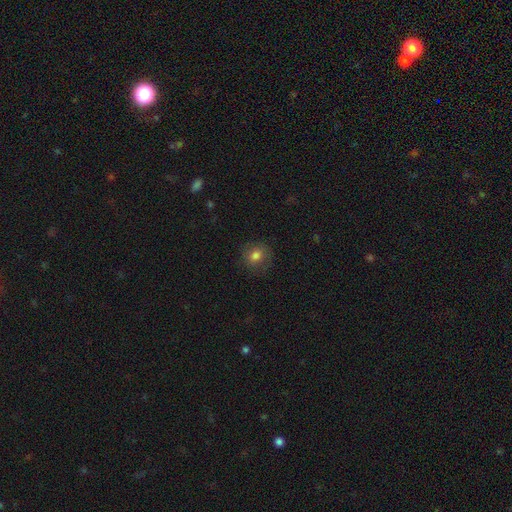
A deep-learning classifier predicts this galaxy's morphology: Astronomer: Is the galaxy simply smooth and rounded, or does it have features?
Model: smooth — 78%.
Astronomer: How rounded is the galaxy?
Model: round — 82%.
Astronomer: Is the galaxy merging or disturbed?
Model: none — 83%.